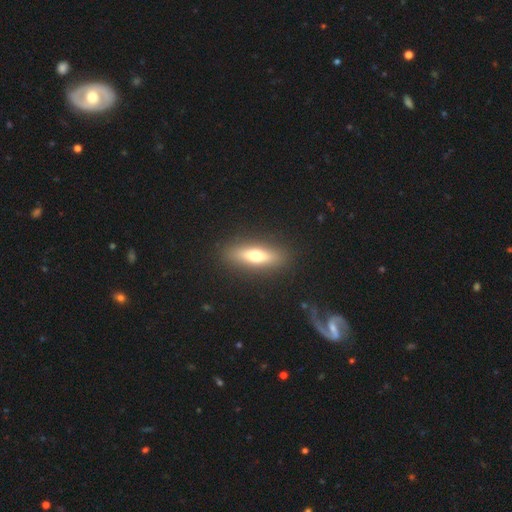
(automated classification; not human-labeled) Smooth or featured? smooth (57%)
How rounded? cigar-shaped (58%)
Merging? none (90%)